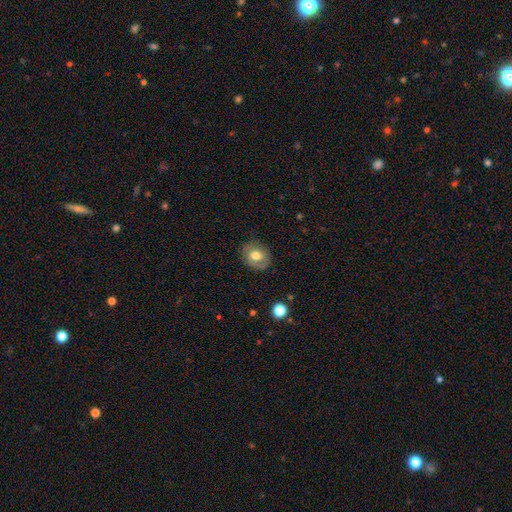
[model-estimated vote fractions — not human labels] smooth_or_featured: smooth (p=0.68) [alt: featured or disk p=0.24]
how_rounded: round (p=0.54) [alt: in between p=0.45]
merging: none (p=0.80) [alt: minor disturbance p=0.15]